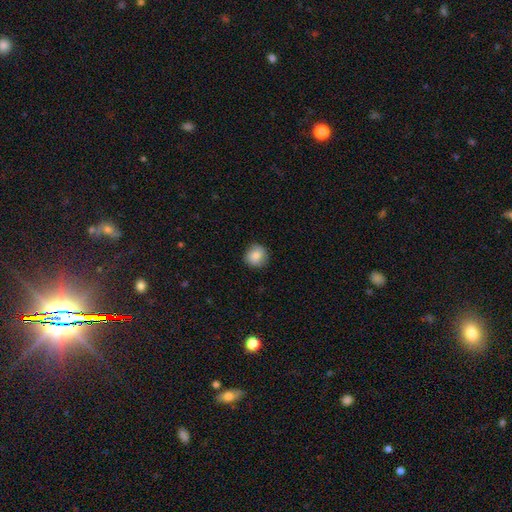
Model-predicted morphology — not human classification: Overall: smooth (82%). How rounded: round (92%). Merging: none (87%).